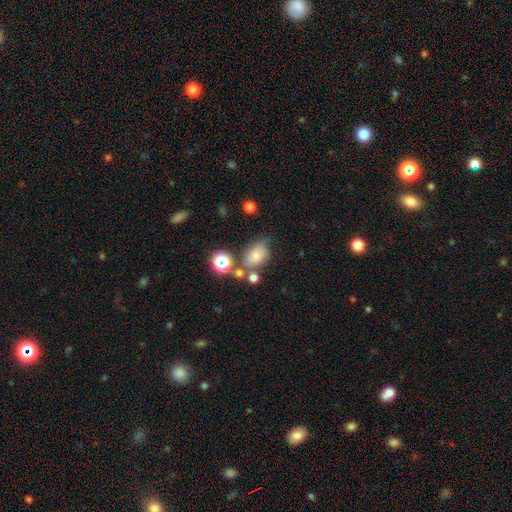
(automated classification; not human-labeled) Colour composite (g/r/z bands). It shows a smooth galaxy with no disk features (67%) that is in between round and cigar-shaped (76%). Merging: none (49%).